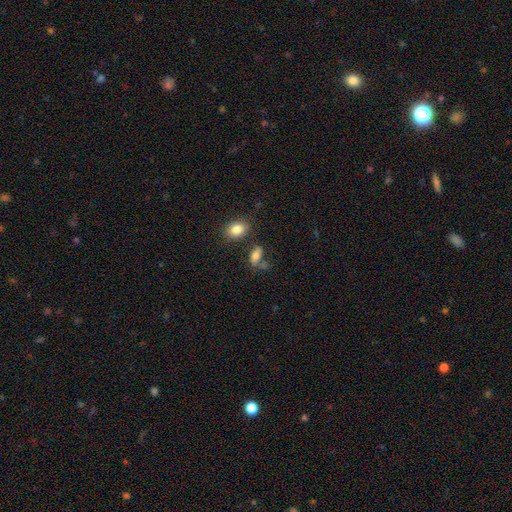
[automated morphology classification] Smooth or featured? smooth (72%)
How rounded? in between (81%)
Merging? none (54%)